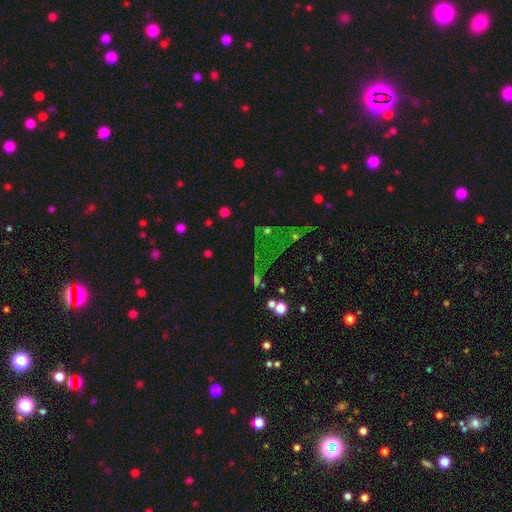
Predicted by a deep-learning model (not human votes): Smooth or featured? star or artifact (67%)